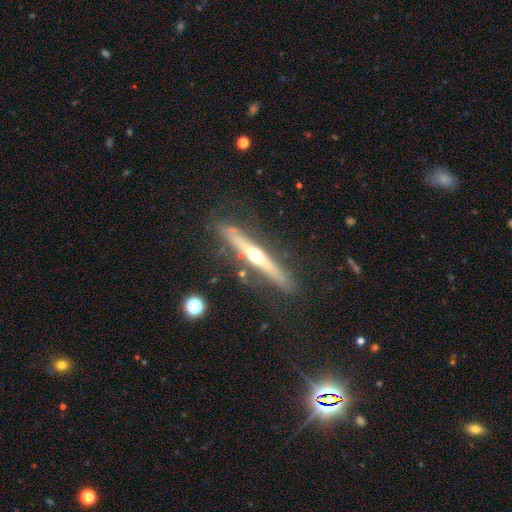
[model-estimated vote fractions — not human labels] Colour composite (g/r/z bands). It shows a featured or disk galaxy (73%) viewed edge-on (96%) with a rounded central bulge (89%). Merging: none (81%).